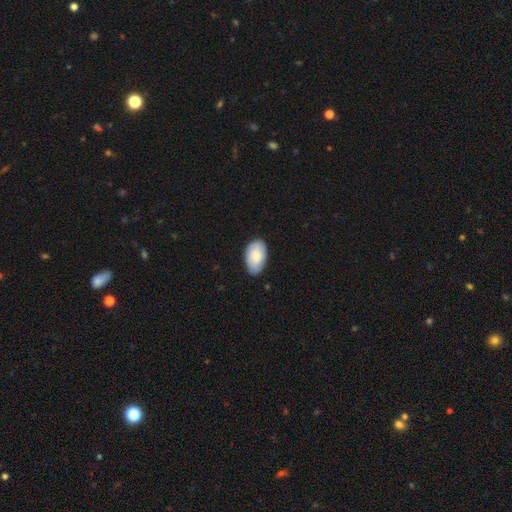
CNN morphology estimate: This appears to be a smooth galaxy with no disk features (74%) that is in between round and cigar-shaped (94%). Merging: none (80%).